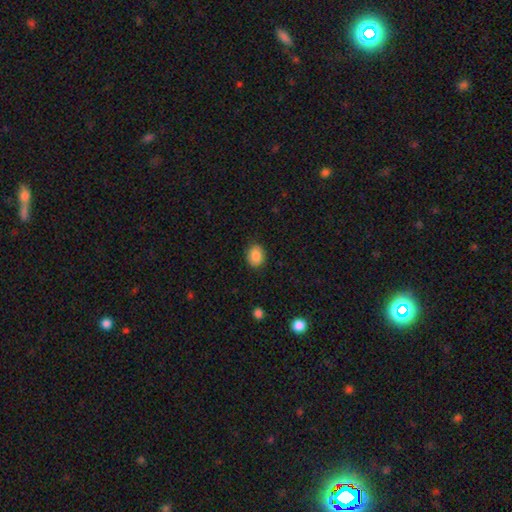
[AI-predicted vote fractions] Smooth or featured?
  - smooth: 87% *
  - star or artifact: 8%
  - featured or disk: 5%
How rounded?
  - in between: 52% *
  - round: 47%
  - cigar-shaped: 1%
Merging?
  - none: 87% *
  - minor disturbance: 10%
  - major disturbance: 2%
  - merger: 1%